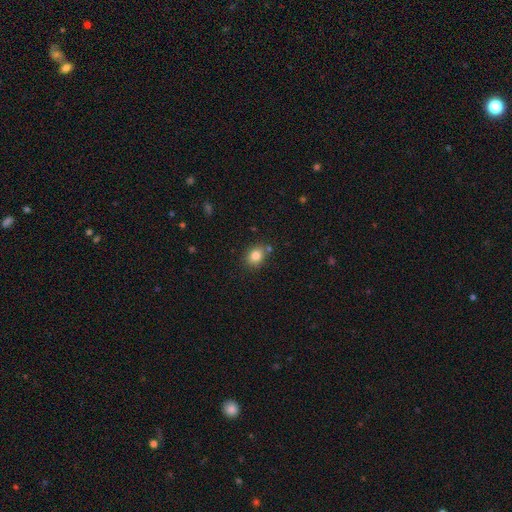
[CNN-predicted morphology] Smooth or featured? smooth (83%)
How rounded? round (59%)
Merging? none (77%)